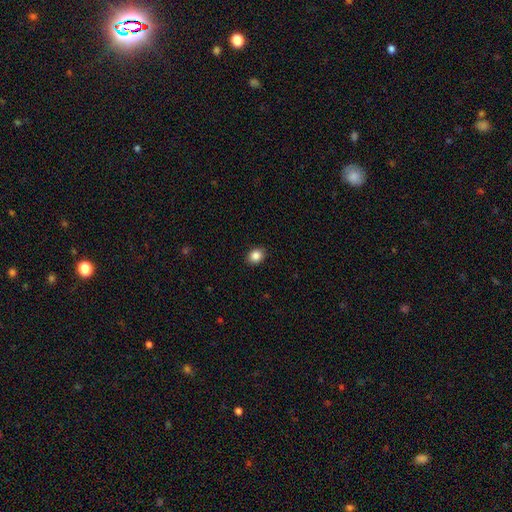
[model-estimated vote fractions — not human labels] Smooth or featured?
  - smooth: 86% *
  - star or artifact: 9%
  - featured or disk: 4%
How rounded?
  - in between: 53% *
  - round: 46%
  - cigar-shaped: 1%
Merging?
  - none: 90% *
  - minor disturbance: 7%
  - major disturbance: 2%
  - merger: 1%